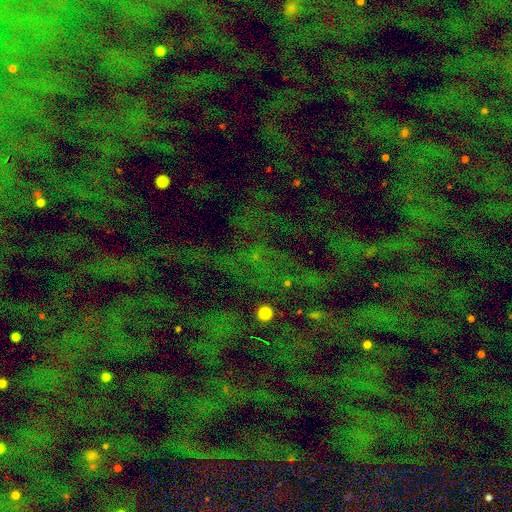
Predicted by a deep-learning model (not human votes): This appears to be a star or artifact, not a galaxy (68%).